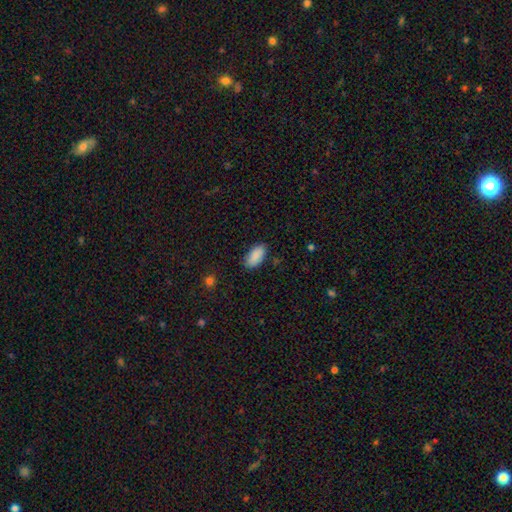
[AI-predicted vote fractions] Smooth or featured?
  - smooth: 89% *
  - star or artifact: 7%
  - featured or disk: 4%
How rounded?
  - in between: 93% *
  - cigar-shaped: 5%
  - round: 2%
Merging?
  - none: 84% *
  - minor disturbance: 12%
  - major disturbance: 2%
  - merger: 1%